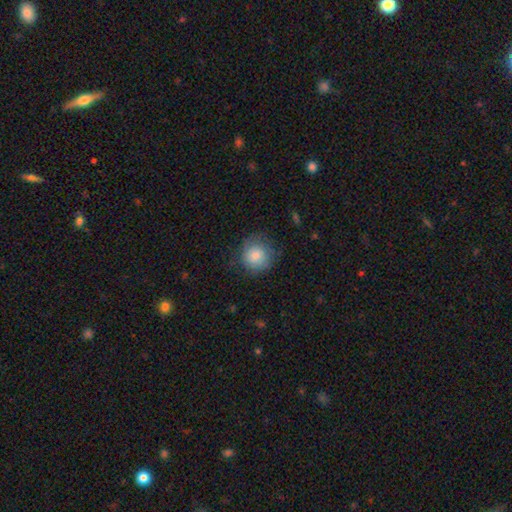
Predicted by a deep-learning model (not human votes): A smooth galaxy with no disk features (81%) that is round (91%).

Vote fractions:
- Smooth or featured? smooth: 81% / featured or disk: 11% / star or artifact: 8%
- How rounded? round: 91% / in between: 8% / cigar-shaped: 1%
- Merging? none: 73% / minor disturbance: 19% / major disturbance: 6% / merger: 1%